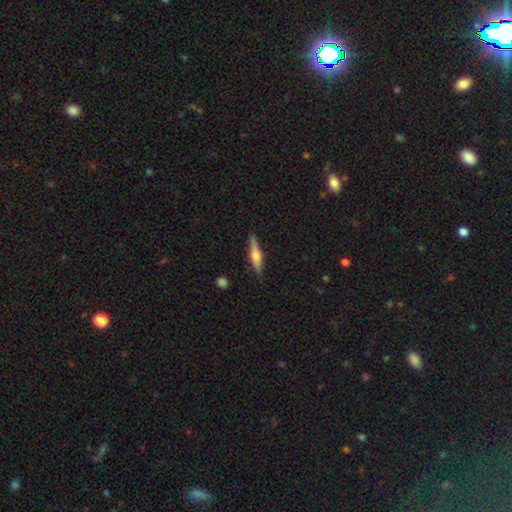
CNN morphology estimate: Smooth or featured? featured or disk (50%)
Merging? none (86%)